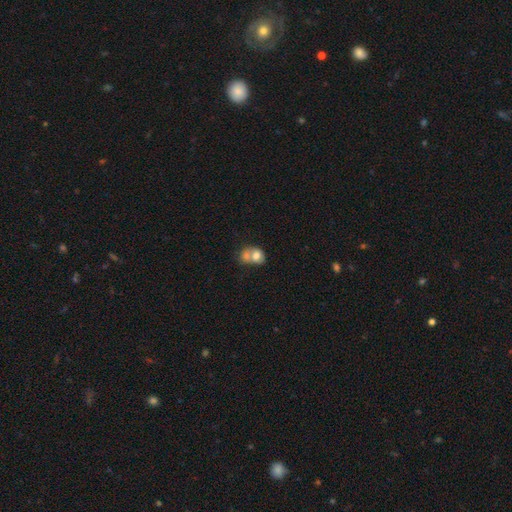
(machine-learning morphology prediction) Smooth or featured? Predicted: smooth (p=0.69). How rounded? Predicted: in between (p=0.54). Merging? Predicted: merger (p=0.68).